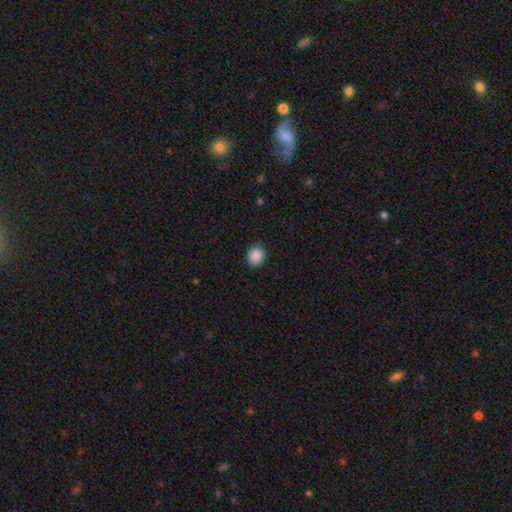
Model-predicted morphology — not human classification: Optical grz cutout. It shows a smooth galaxy with no disk features (89%) that is round (67%). Merging: none (90%).